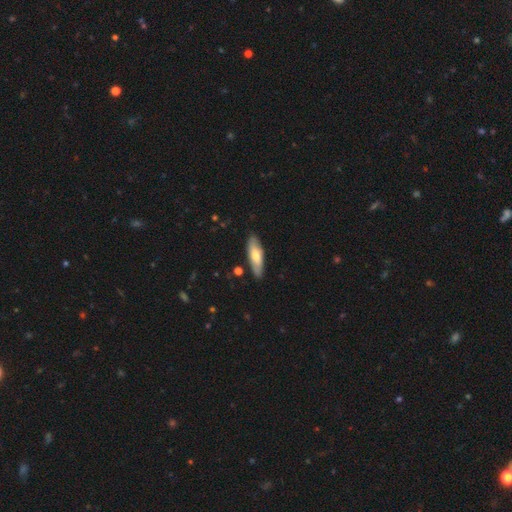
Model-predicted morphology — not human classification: A smooth galaxy with no disk features (64%) that is in between round and cigar-shaped (51%).

Vote fractions:
- Smooth or featured? smooth: 64% / featured or disk: 31% / star or artifact: 5%
- How rounded? in between: 51% / cigar-shaped: 47% / round: 2%
- Merging? none: 85% / minor disturbance: 11% / major disturbance: 2% / merger: 2%